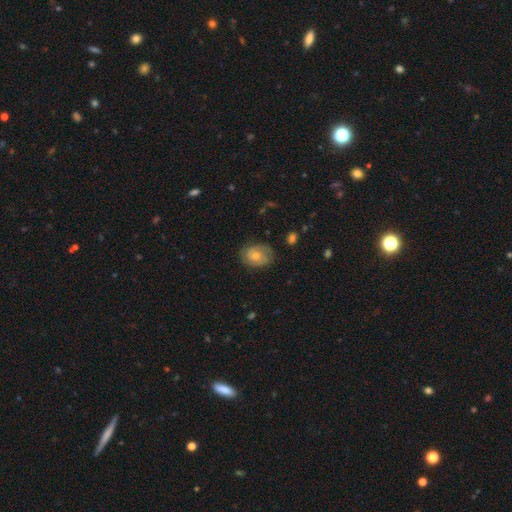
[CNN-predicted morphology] Smooth or featured? Predicted: smooth (p=0.49). Merging? Predicted: none (p=0.73).